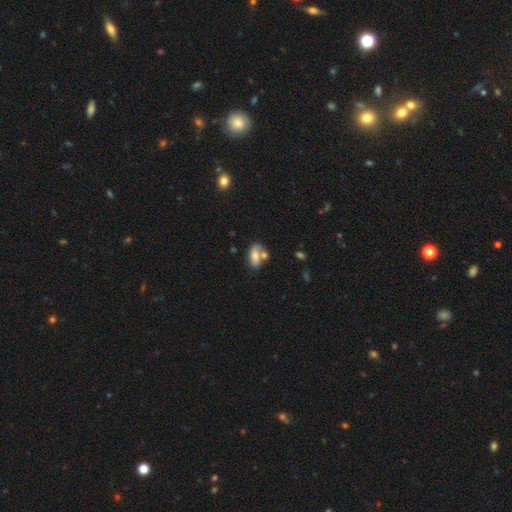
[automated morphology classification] Overall: smooth (71%). How rounded: in between (87%). Merging: none (42%; merger 31%).